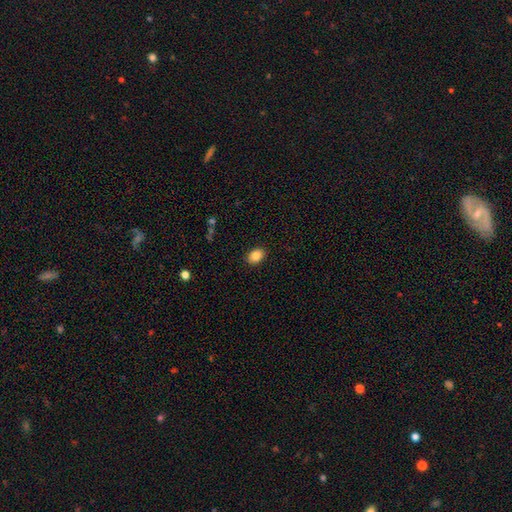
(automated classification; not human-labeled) The model was most divided on "how rounded": in between: 74%, round: 25%, cigar-shaped: 1%. More confident: merging — none (89%); smooth or featured — smooth (86%).